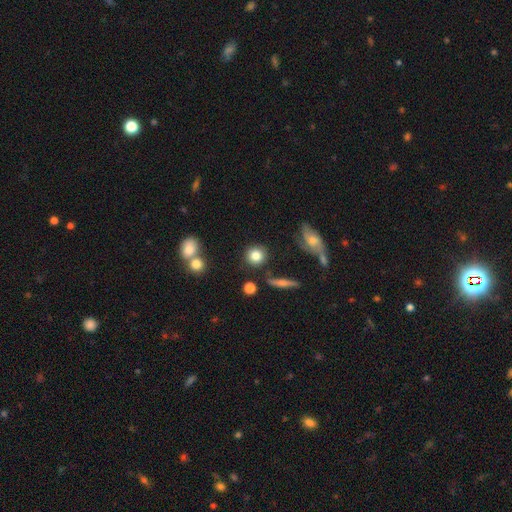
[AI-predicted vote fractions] This is clearly a smooth galaxy (81%). How rounded: clearly round (87%). Merging: clearly none (81%).